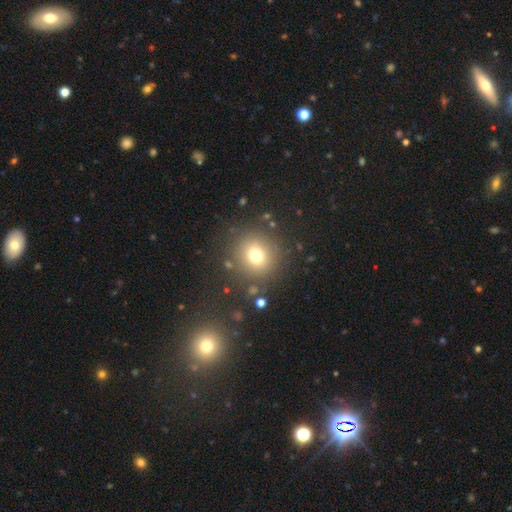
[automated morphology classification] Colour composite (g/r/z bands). It shows a smooth galaxy with no disk features (72%) that is round (90%). Merging: none (83%).